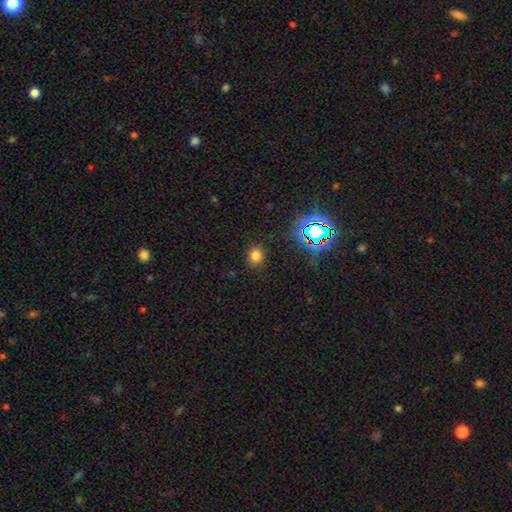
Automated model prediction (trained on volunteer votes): The model was most divided on "how rounded": round: 75%, in between: 24%, cigar-shaped: 1%. More confident: merging — none (86%); smooth or featured — smooth (74%).